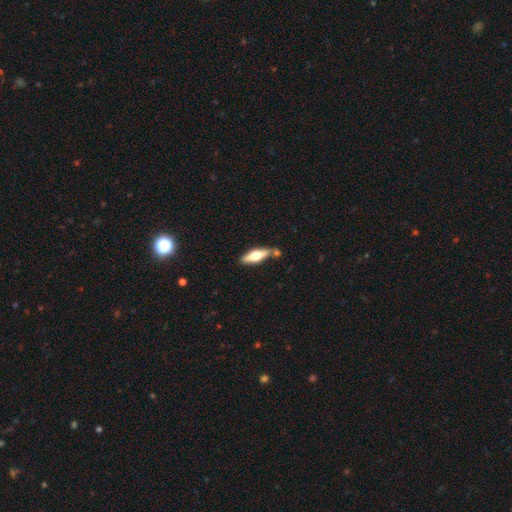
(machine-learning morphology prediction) Q: Smooth or featured?
A: featured or disk (49%); runner-up: smooth (45%)
Q: Merging?
A: none (73%); runner-up: minor disturbance (13%)